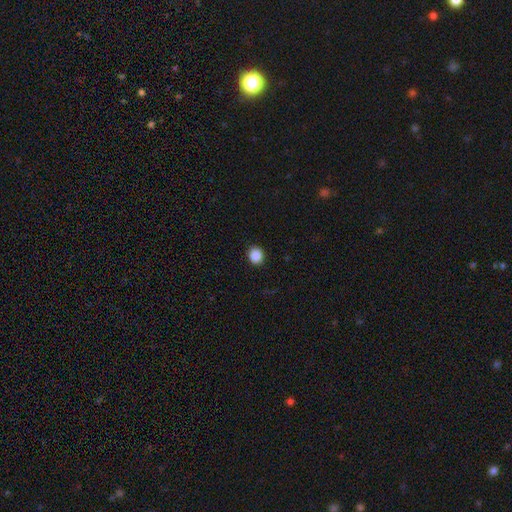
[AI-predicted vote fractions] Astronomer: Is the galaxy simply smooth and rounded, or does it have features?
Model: smooth — 88%.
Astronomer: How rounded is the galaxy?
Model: round — 74%.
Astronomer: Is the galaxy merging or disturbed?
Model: none — 91%.